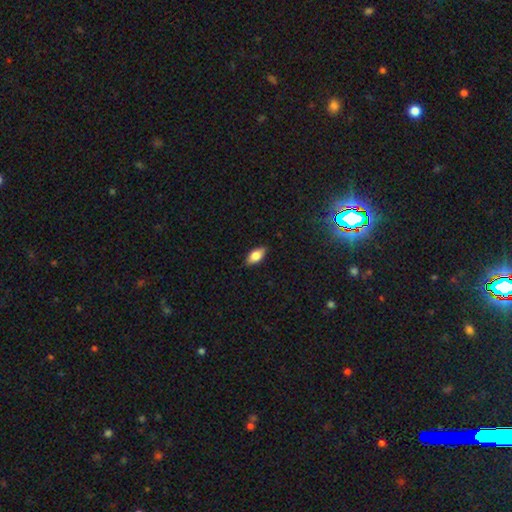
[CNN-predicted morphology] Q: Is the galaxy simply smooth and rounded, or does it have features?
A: smooth — 73%.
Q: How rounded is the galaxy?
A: in between — 87%.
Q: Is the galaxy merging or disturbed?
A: none — 85%.